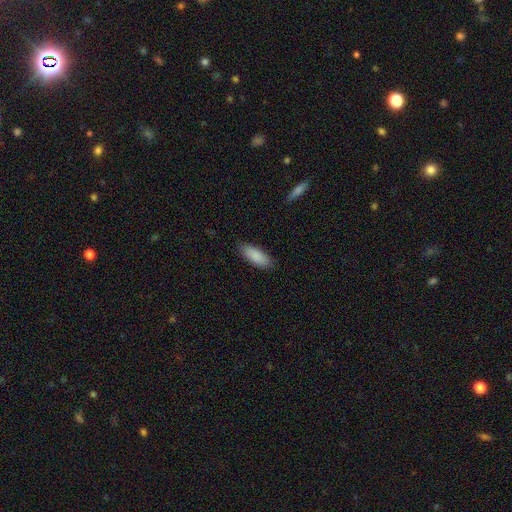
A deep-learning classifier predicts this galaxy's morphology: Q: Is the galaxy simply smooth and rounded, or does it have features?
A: smooth — 89%.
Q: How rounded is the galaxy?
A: in between — 71%.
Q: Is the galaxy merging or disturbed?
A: none — 86%.